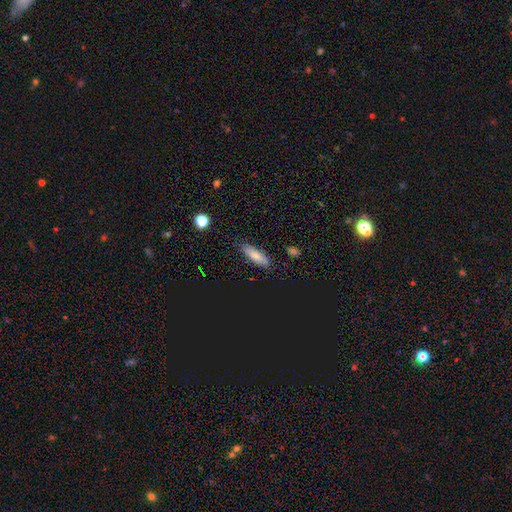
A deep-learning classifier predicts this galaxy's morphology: smooth-or-featured: smooth: 75% | featured or disk: 13% | star or artifact: 12%
  how-rounded: in between: 54% | cigar-shaped: 43% | round: 3%
  merging: none: 86% | minor disturbance: 10% | major disturbance: 2% | merger: 2%